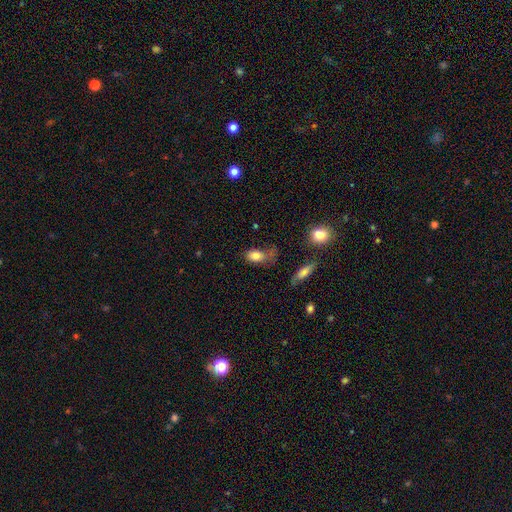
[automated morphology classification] smooth-or-featured: smooth: 81% | featured or disk: 11% | star or artifact: 9%
  how-rounded: in between: 86% | round: 10% | cigar-shaped: 4%
  merging: none: 40% | minor disturbance: 31% | major disturbance: 20% | merger: 8%